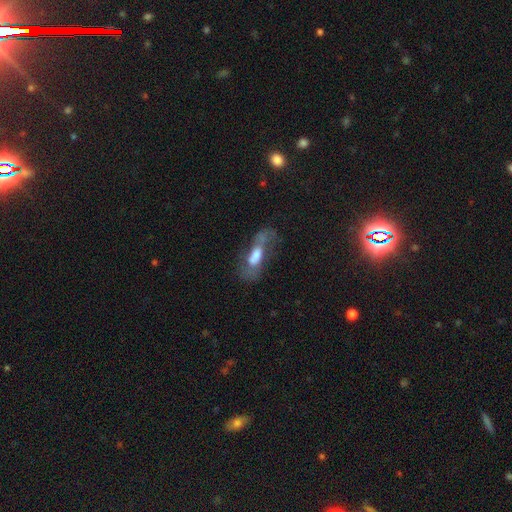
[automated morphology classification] featured or disk 48%, smooth 44%, star or artifact 8%. Down the decision tree: merging — none (37%).